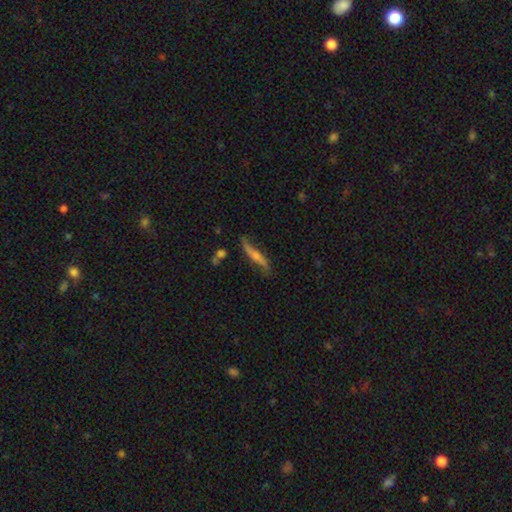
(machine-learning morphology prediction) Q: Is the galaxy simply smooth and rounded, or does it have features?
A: featured or disk — 68%.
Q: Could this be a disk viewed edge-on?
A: yes — 66%.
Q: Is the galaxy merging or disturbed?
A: none — 69%.